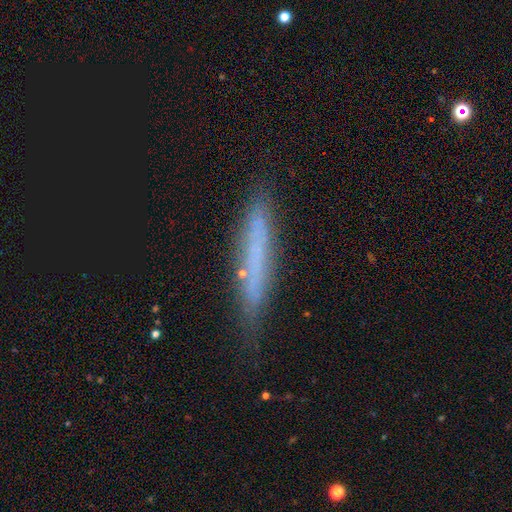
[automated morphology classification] Overall: smooth (49%; featured or disk 40%). Merging: none (77%).